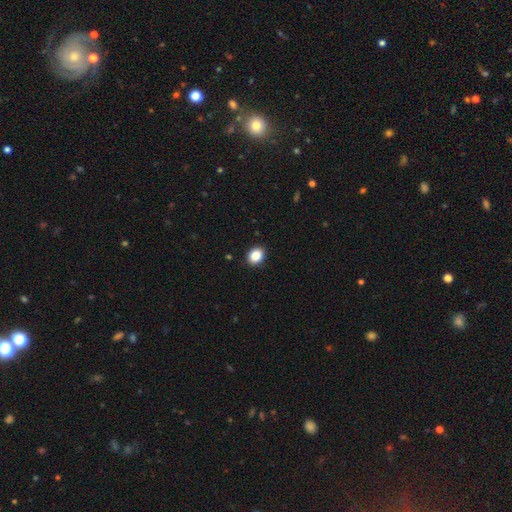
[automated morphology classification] Smooth or featured: smooth — 86% (star or artifact — 9%)
How rounded: in between — 50% (round — 49%)
Merging: none — 92% (minor disturbance — 6%)